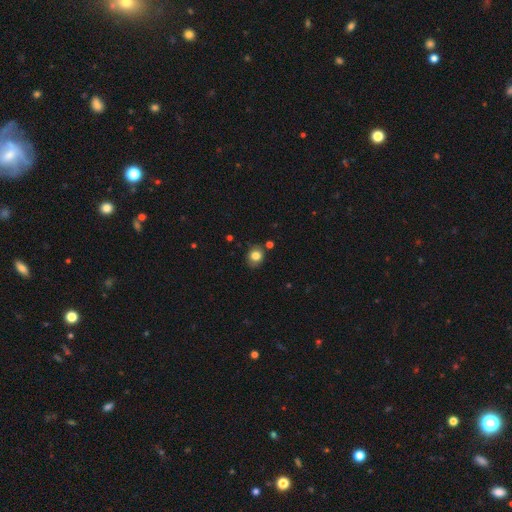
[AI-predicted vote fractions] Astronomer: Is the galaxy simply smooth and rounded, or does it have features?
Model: smooth — 80%.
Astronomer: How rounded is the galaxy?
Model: round — 64%.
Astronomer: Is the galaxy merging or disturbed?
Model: none — 75%.